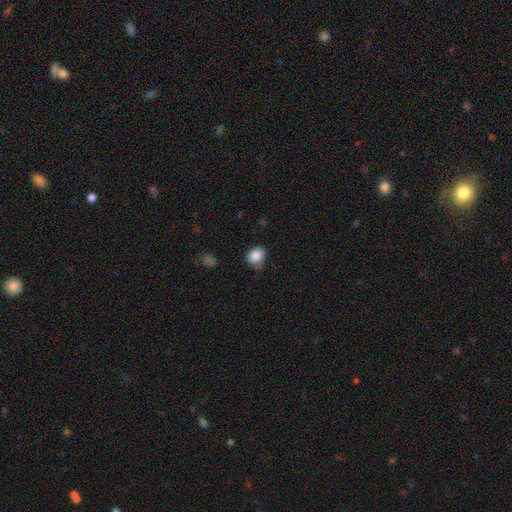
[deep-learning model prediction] smooth-or-featured: smooth: 86% | star or artifact: 9% | featured or disk: 5%
  how-rounded: round: 64% | in between: 35% | cigar-shaped: 1%
  merging: none: 65% | minor disturbance: 28% | major disturbance: 5% | merger: 2%